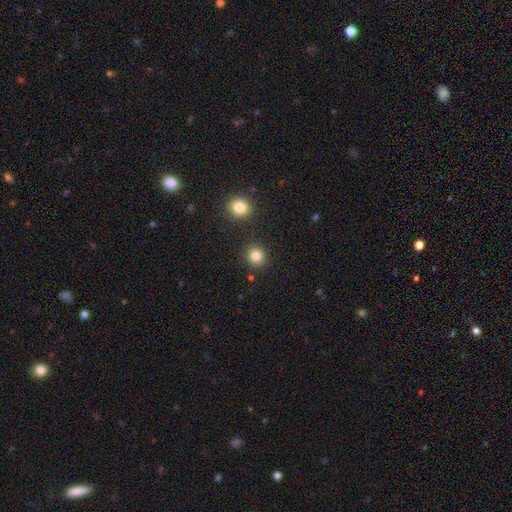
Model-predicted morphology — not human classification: Overall: smooth (83%). How rounded: round (87%). Merging: none (88%).